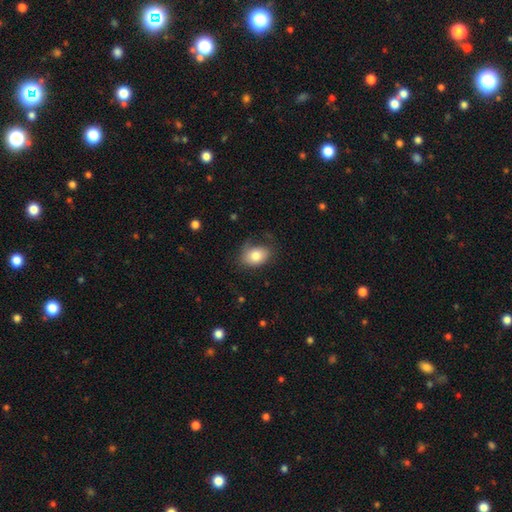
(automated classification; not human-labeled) Overall: smooth (80%). How rounded: in between (78%). Merging: none (62%; minor disturbance 26%).